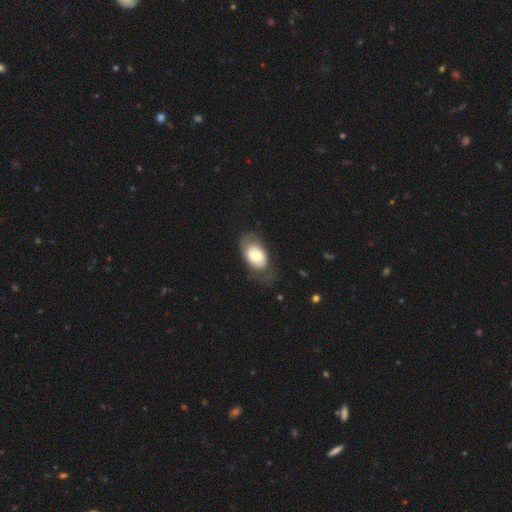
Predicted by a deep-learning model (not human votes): Smooth or featured? smooth (61%)
How rounded? in between (88%)
Merging? none (62%)